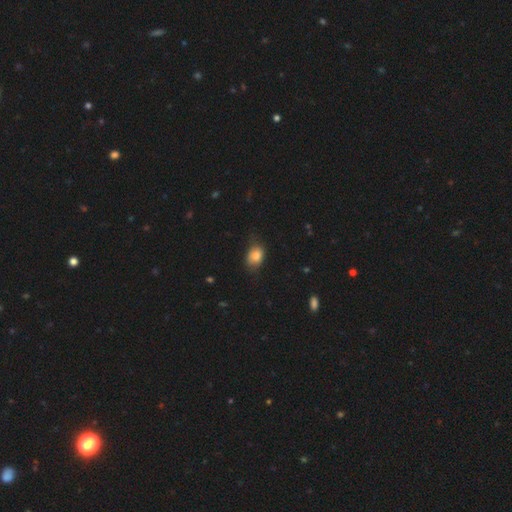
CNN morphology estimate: The model was most divided on "merging": none: 64%, minor disturbance: 28%, major disturbance: 7%, merger: 1%. More confident: smooth or featured — smooth (82%); how rounded — in between (69%).